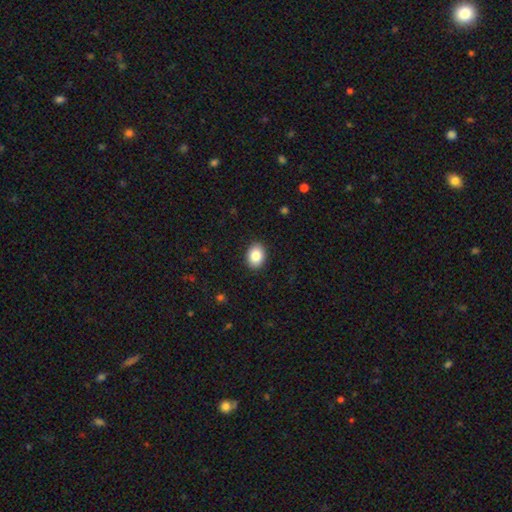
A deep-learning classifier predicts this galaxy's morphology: This is clearly a smooth galaxy (86%). How rounded: likely in between (69%). Merging: clearly none (90%).